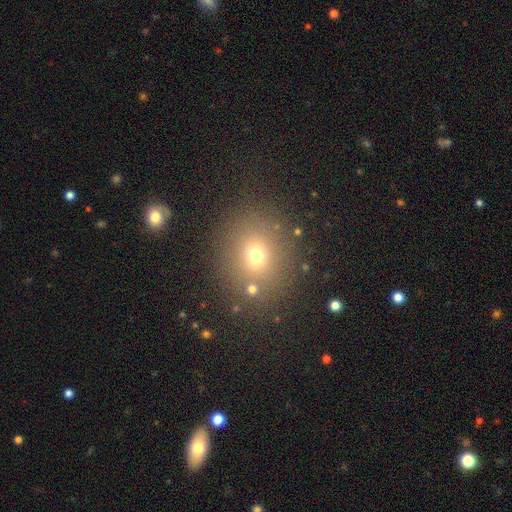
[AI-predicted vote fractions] Smooth or featured? Predicted: smooth (p=0.68). How rounded? Predicted: round (p=0.77). Merging? Predicted: none (p=0.82).